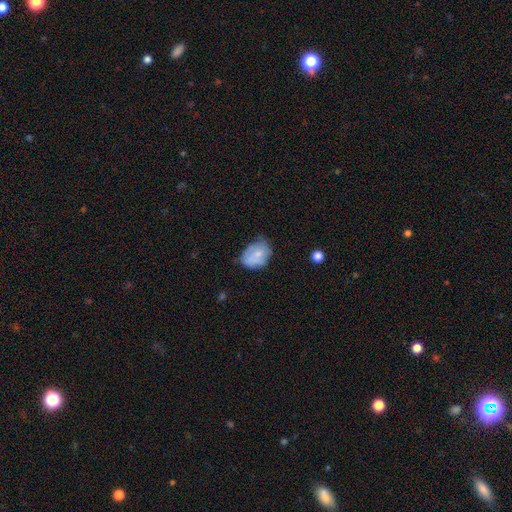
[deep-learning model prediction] Q: Smooth or featured?
A: smooth (72%); runner-up: featured or disk (21%)
Q: How rounded?
A: in between (65%); runner-up: round (34%)
Q: Merging?
A: none (48%); runner-up: minor disturbance (38%)